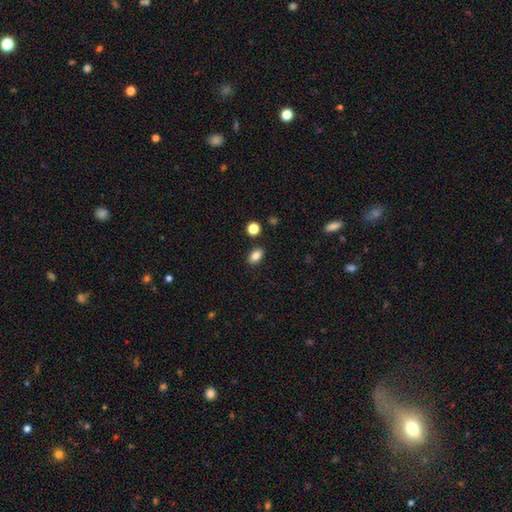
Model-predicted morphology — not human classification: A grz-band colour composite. It shows a smooth galaxy with no disk features (84%) that is in between round and cigar-shaped (85%). Merging: none (86%).